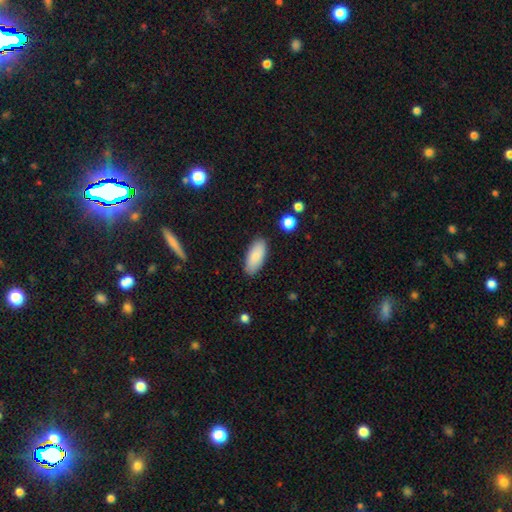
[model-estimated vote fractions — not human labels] Smooth or featured? Predicted: smooth (p=0.85). How rounded? Predicted: in between (p=0.88). Merging? Predicted: none (p=0.87).